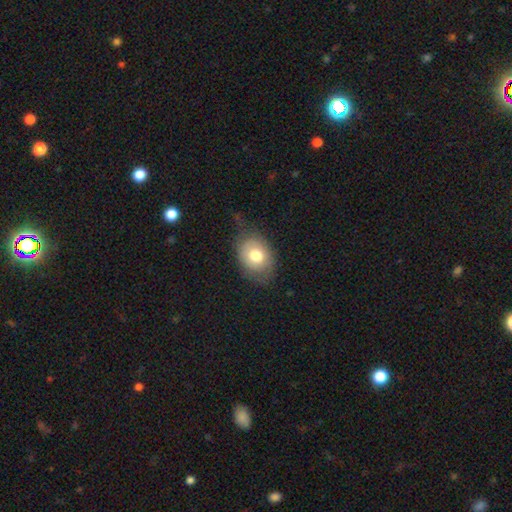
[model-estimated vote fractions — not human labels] Q: Smooth or featured?
A: smooth (71%); runner-up: featured or disk (21%)
Q: How rounded?
A: in between (64%); runner-up: round (35%)
Q: Merging?
A: none (65%); runner-up: minor disturbance (24%)